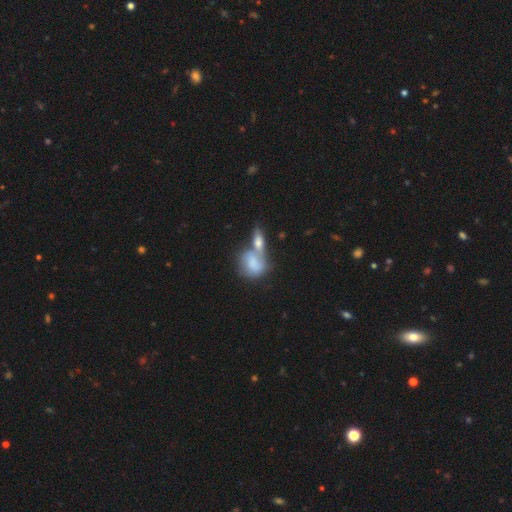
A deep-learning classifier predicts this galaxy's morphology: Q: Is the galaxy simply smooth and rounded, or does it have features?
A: smooth — 58%.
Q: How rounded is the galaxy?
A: in between — 62%.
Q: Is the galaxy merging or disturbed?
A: merger — 61%.